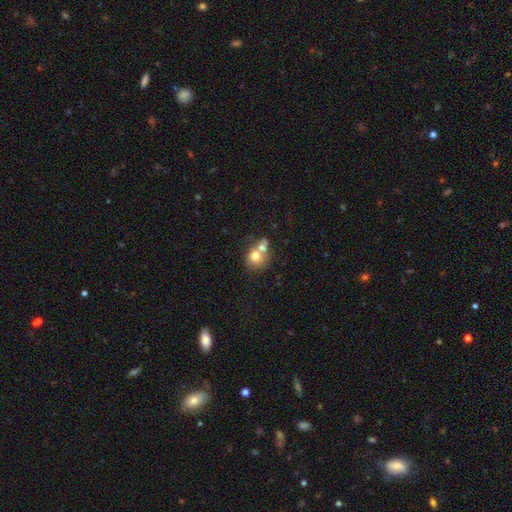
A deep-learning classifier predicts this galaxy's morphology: smooth 71%, featured or disk 20%, star or artifact 10%. Down the decision tree: how rounded — round (73%); merging — merger (57%).